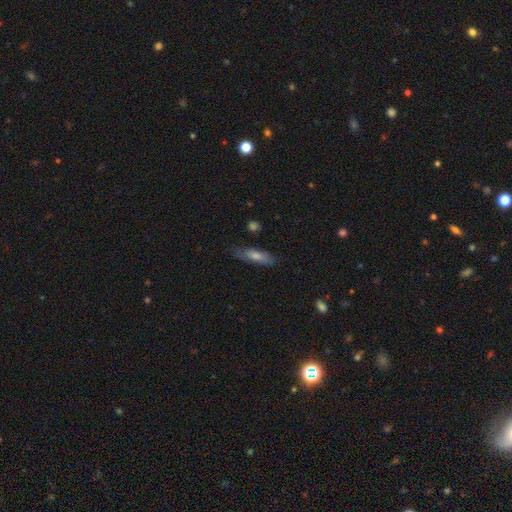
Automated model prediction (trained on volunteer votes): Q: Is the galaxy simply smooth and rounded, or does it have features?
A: smooth — 55%.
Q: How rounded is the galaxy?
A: cigar-shaped — 66%.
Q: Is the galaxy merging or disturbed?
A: none — 78%.